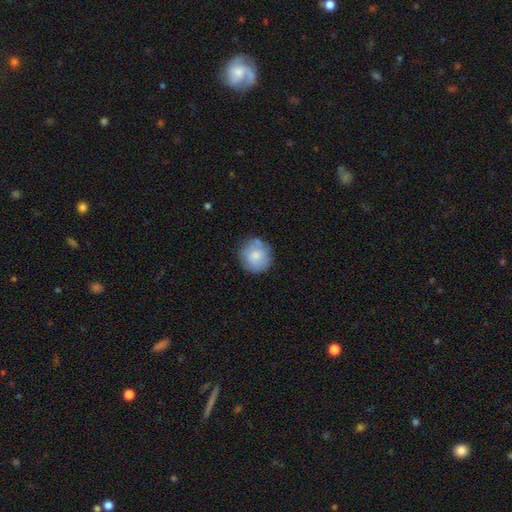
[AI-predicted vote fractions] Smooth or featured: smooth — 76% (featured or disk — 17%)
How rounded: round — 89% (in between — 10%)
Merging: none — 74% (minor disturbance — 17%)